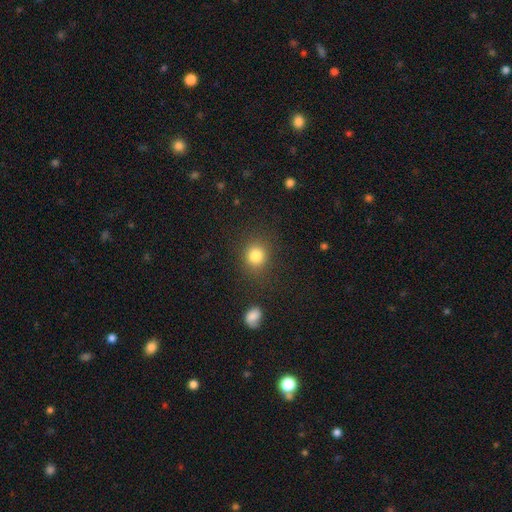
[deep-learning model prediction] This is clearly a smooth galaxy (83%). How rounded: clearly round (82%). Merging: clearly none (82%).